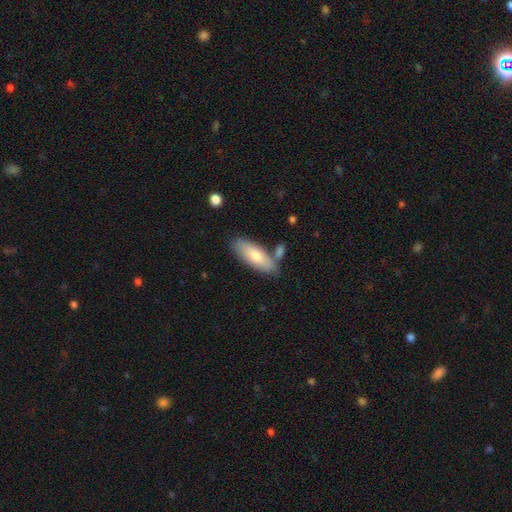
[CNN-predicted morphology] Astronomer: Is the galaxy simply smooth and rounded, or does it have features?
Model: smooth — 76%.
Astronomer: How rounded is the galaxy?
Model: in between — 68%.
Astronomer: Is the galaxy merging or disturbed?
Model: none — 71%.